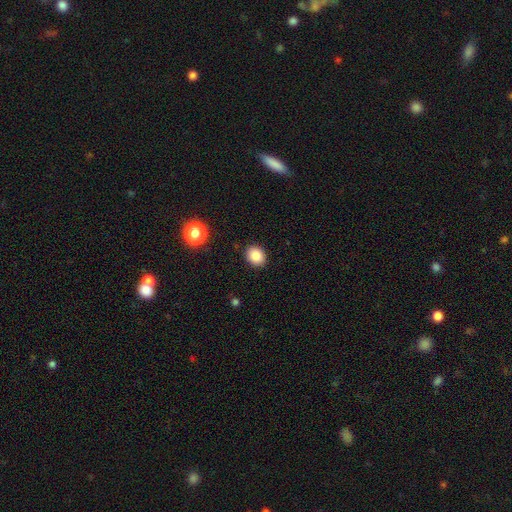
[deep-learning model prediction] Overall: smooth (86%). How rounded: round (55%; in between 44%). Merging: none (90%).